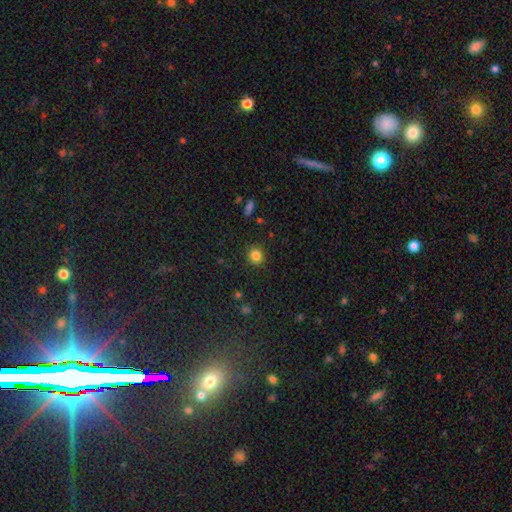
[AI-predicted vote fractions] Q: Smooth or featured?
A: smooth (83%); runner-up: star or artifact (12%)
Q: How rounded?
A: round (87%); runner-up: in between (12%)
Q: Merging?
A: none (90%); runner-up: minor disturbance (7%)